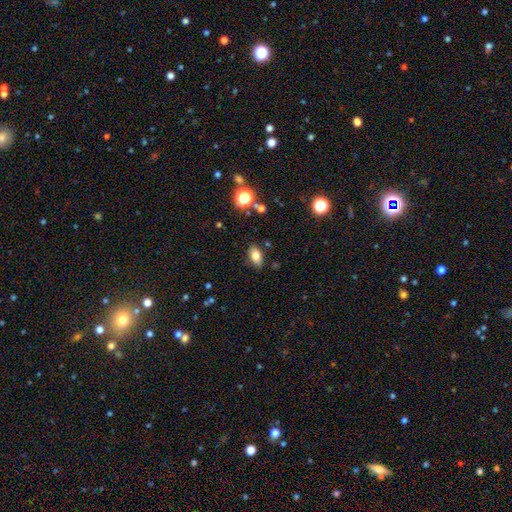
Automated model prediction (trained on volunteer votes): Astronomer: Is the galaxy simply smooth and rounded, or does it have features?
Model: smooth — 81%.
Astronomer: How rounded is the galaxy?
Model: in between — 87%.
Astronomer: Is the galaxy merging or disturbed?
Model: none — 83%.